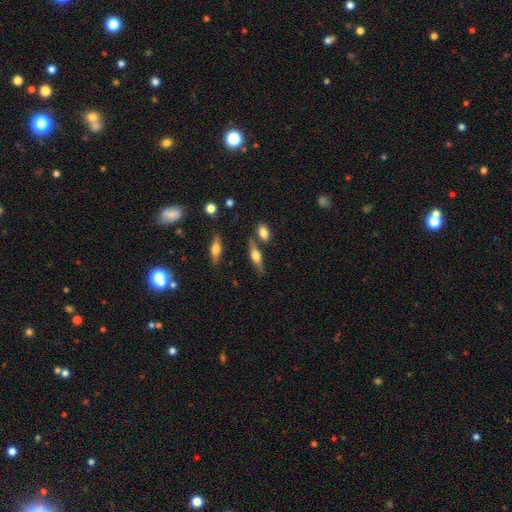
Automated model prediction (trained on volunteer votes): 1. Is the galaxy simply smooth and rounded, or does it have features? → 53% featured or disk, 39% smooth, 8% star or artifact.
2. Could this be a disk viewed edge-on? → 93% yes, 7% no.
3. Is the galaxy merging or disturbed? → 73% none, 13% minor disturbance, 11% merger, 4% major disturbance.